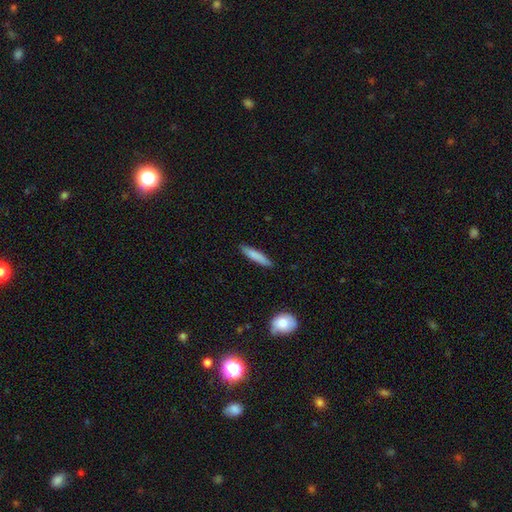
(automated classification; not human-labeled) This appears to be a smooth galaxy with no disk features (80%) that is cigar-shaped (87%). Merging: none (86%).